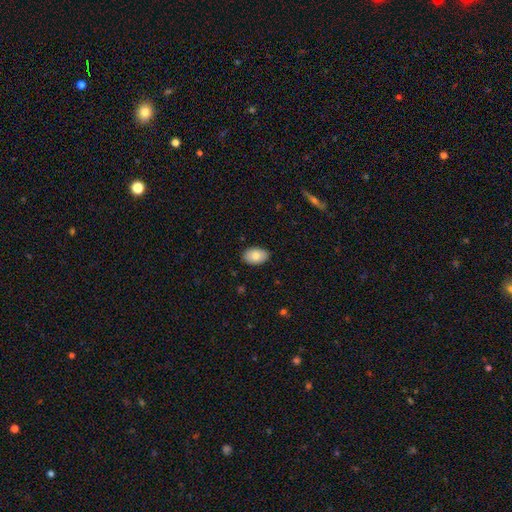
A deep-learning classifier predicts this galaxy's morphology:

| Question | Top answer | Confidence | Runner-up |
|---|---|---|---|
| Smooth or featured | smooth | 82% | featured or disk (11%) |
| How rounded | in between | 91% | round (8%) |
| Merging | none | 87% | minor disturbance (10%) |